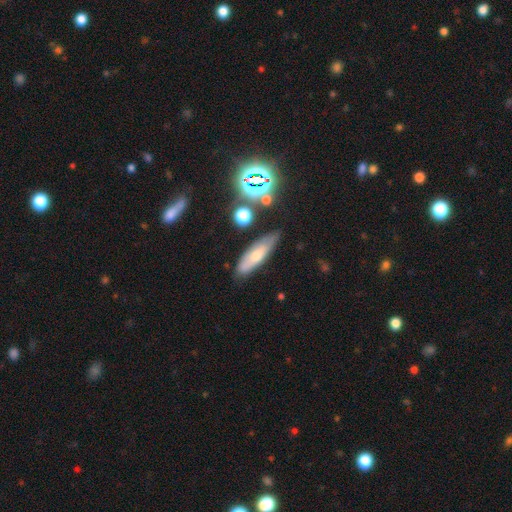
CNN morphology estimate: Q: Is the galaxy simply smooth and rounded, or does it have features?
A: smooth — 57%.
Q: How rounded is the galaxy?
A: cigar-shaped — 53%.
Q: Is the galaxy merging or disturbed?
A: none — 76%.